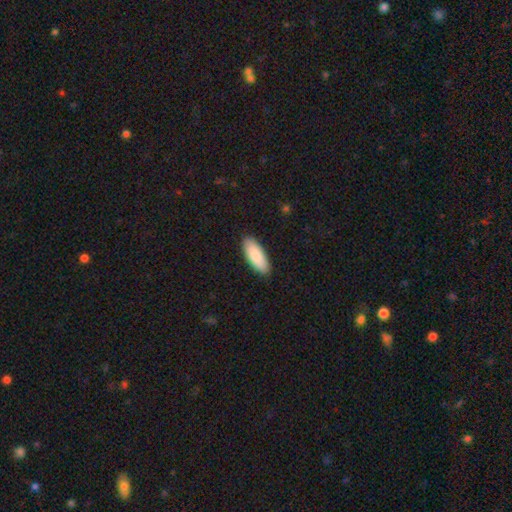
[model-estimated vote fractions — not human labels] smooth_or_featured: smooth (p=0.88) [alt: featured or disk p=0.07]
how_rounded: in between (p=0.77) [alt: cigar-shaped p=0.22]
merging: none (p=0.89) [alt: minor disturbance p=0.09]